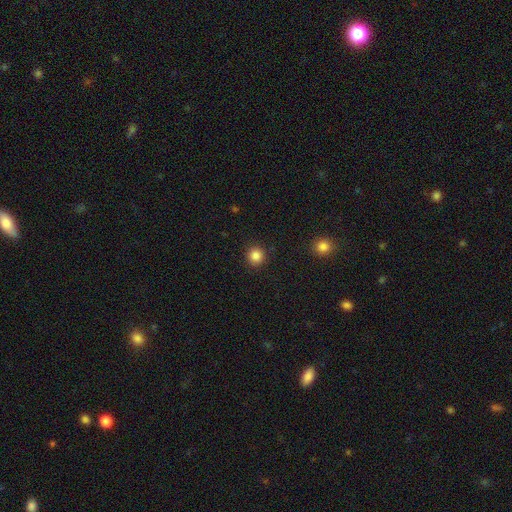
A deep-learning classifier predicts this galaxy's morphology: Smooth or featured: smooth — 85% (star or artifact — 11%)
How rounded: round — 93% (in between — 6%)
Merging: none — 92% (minor disturbance — 5%)